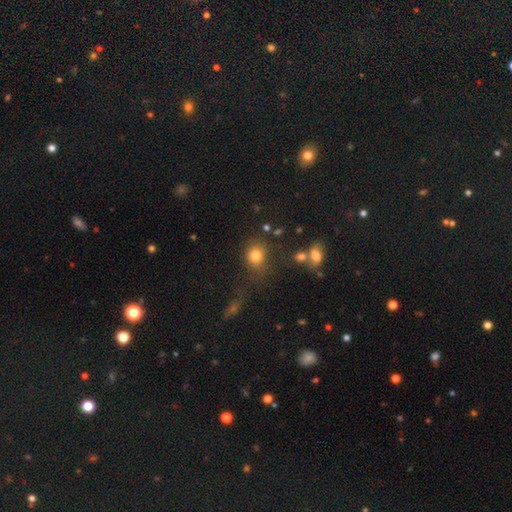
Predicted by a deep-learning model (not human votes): Smooth or featured: smooth — 81% (star or artifact — 12%)
How rounded: round — 71% (in between — 28%)
Merging: none — 69% (minor disturbance — 15%)